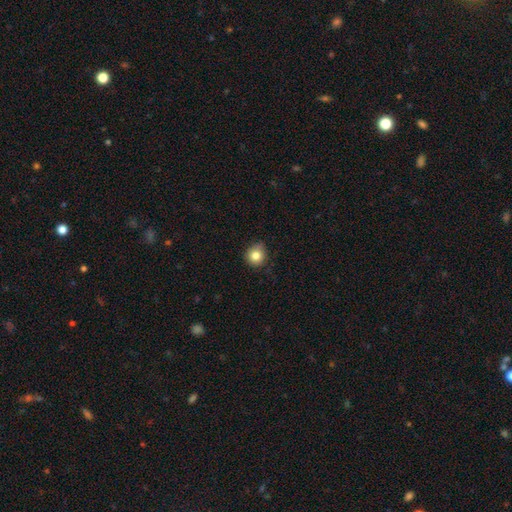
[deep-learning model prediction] The model was most divided on "merging": none: 77%, minor disturbance: 19%, major disturbance: 3%, merger: 1%. More confident: how rounded — round (87%); smooth or featured — smooth (82%).